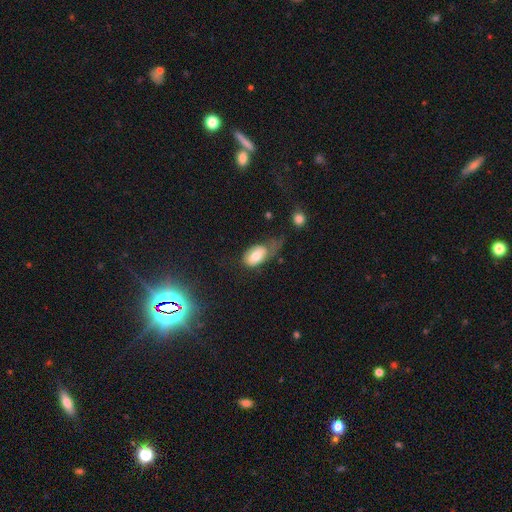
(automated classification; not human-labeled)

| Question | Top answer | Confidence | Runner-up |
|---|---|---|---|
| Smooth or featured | smooth | 70% | featured or disk (22%) |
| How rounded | in between | 93% | round (4%) |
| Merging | major disturbance | 38% | minor disturbance (32%) |